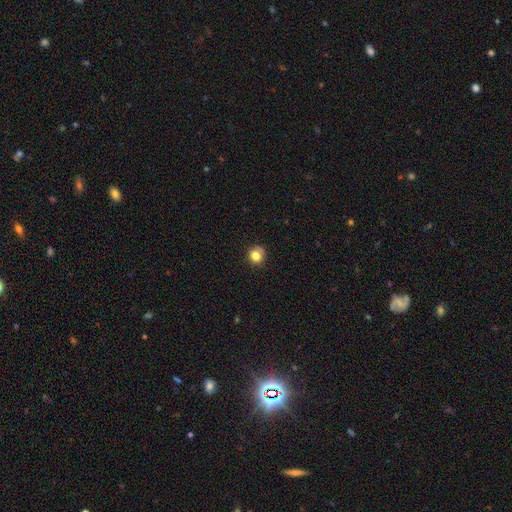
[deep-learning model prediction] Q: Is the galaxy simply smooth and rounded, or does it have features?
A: smooth — 80%.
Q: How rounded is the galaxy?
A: round — 85%.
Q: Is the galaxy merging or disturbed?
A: none — 74%.